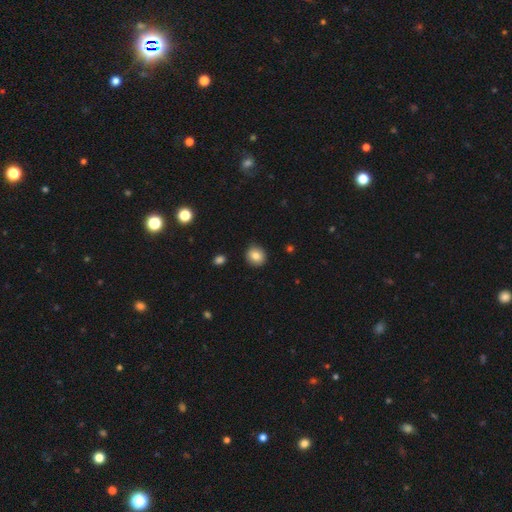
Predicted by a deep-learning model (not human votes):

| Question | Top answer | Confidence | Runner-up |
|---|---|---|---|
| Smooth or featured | smooth | 83% | star or artifact (9%) |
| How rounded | round | 84% | in between (15%) |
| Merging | none | 89% | minor disturbance (8%) |